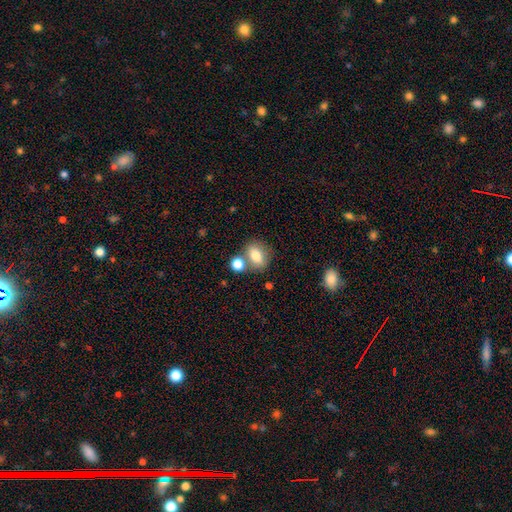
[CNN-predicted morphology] A smooth galaxy with no disk features (76%) that is in between round and cigar-shaped (62%). Merging: none (60%).